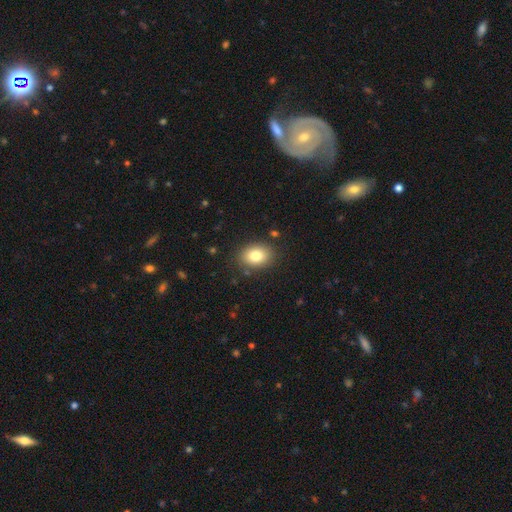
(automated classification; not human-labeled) This appears to be a smooth galaxy with no disk features (81%) that is in between round and cigar-shaped (69%). Merging: none (86%).